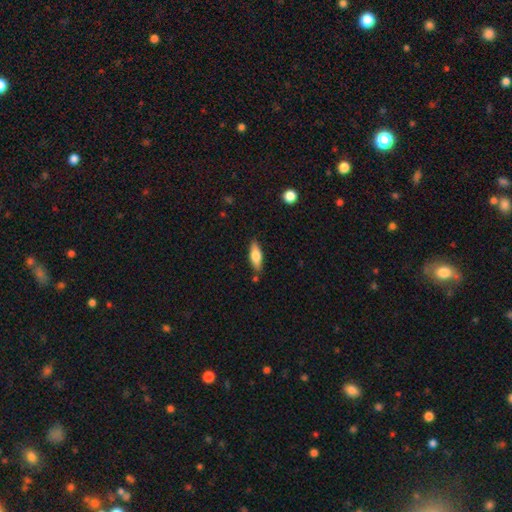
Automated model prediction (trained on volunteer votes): Smooth or featured?
  - smooth: 67% *
  - featured or disk: 26%
  - star or artifact: 6%
How rounded?
  - in between: 58% *
  - cigar-shaped: 39%
  - round: 2%
Merging?
  - none: 83% *
  - minor disturbance: 12%
  - merger: 3%
  - major disturbance: 2%